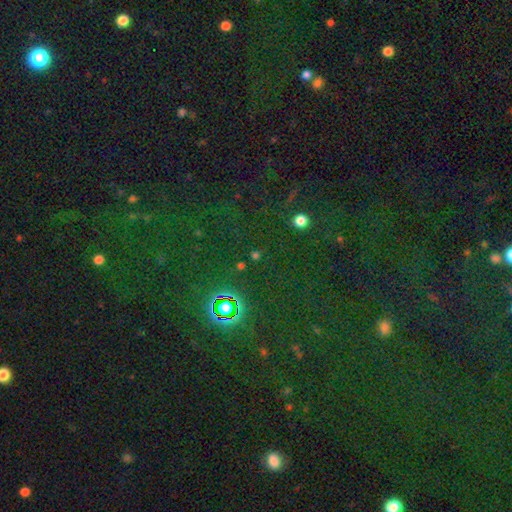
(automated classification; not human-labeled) A star or artifact, not a galaxy (73%).

Vote fractions:
- Smooth or featured? star or artifact: 73% / smooth: 19% / featured or disk: 8%